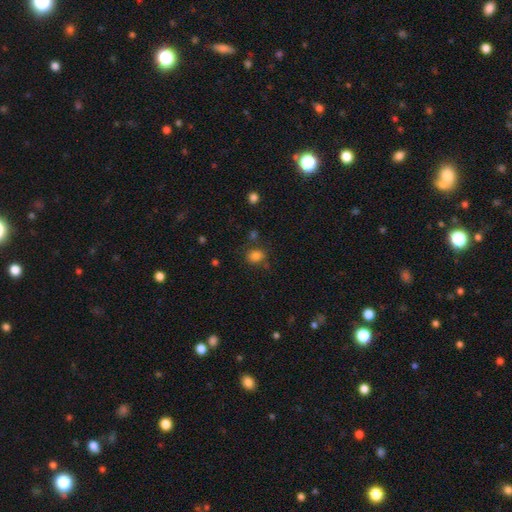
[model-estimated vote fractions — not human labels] Morphology: type=smooth (80%); roundness=round (55%); merging=none (72%).